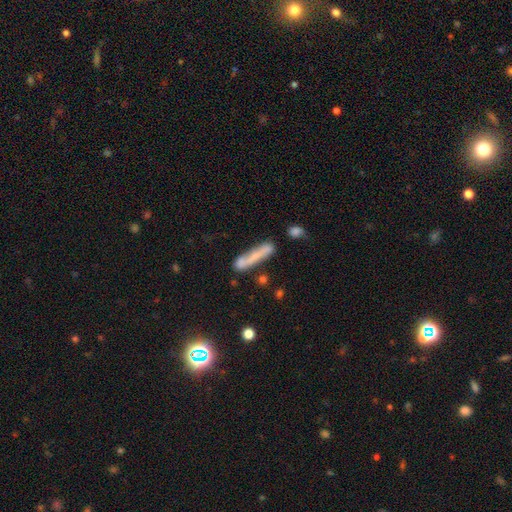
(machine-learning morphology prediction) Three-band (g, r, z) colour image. It shows a smooth galaxy with no disk features (59%) that is cigar-shaped (89%). Merging: none (57%).